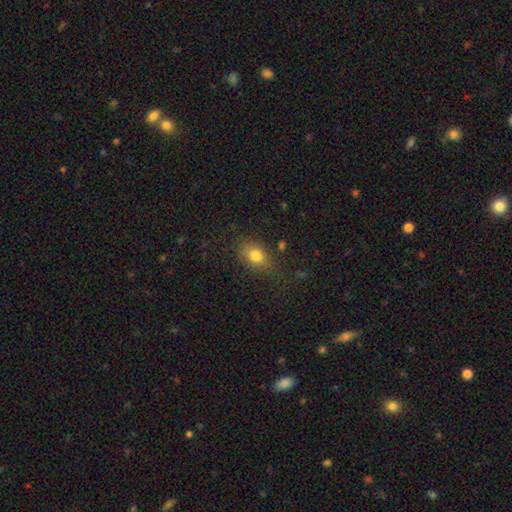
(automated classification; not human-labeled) Smooth or featured? Predicted: smooth (p=0.80). How rounded? Predicted: in between (p=0.73). Merging? Predicted: none (p=0.77).